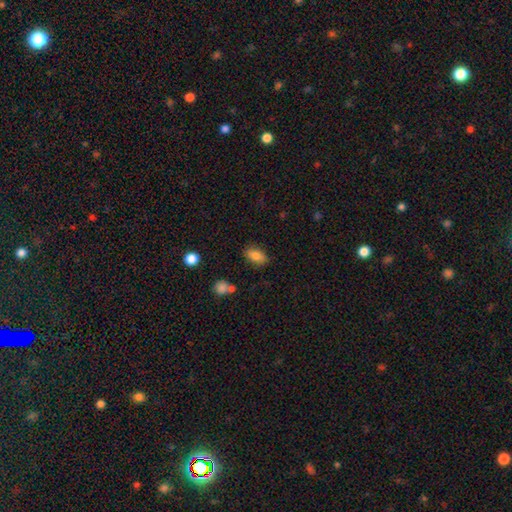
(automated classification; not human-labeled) Q: Smooth or featured?
A: smooth (81%); runner-up: featured or disk (10%)
Q: How rounded?
A: in between (89%); runner-up: round (7%)
Q: Merging?
A: none (82%); runner-up: minor disturbance (12%)